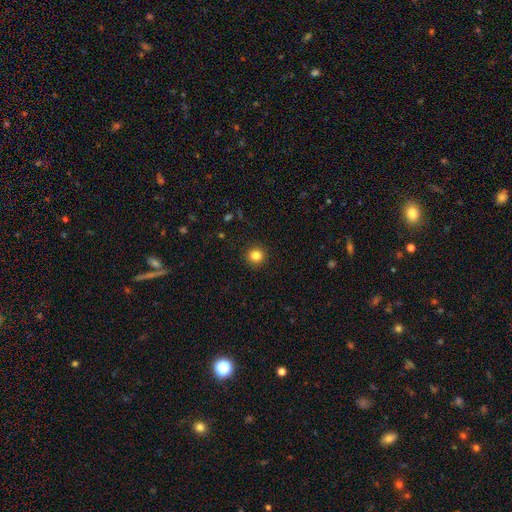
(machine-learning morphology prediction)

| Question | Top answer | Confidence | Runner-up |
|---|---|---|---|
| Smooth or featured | smooth | 83% | star or artifact (12%) |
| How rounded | round | 94% | in between (5%) |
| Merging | none | 93% | minor disturbance (5%) |